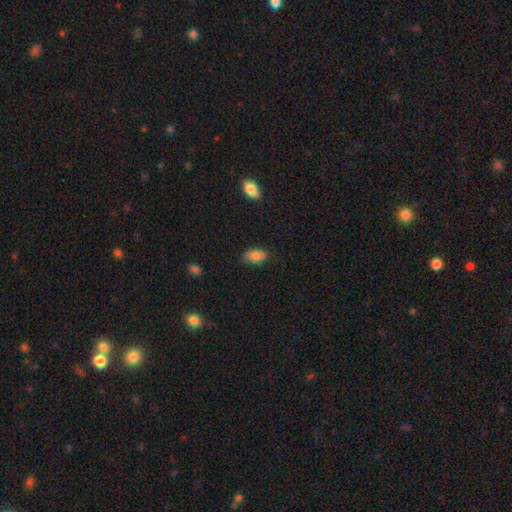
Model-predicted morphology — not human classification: type=smooth (83%); roundness=in between (90%); merging=none (68%).